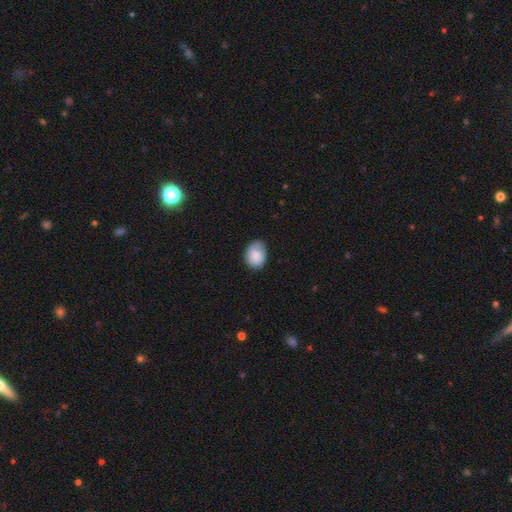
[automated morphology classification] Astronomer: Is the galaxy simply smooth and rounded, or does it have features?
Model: smooth — 84%.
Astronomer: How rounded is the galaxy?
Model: in between — 66%.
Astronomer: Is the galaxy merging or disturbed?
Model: none — 76%.